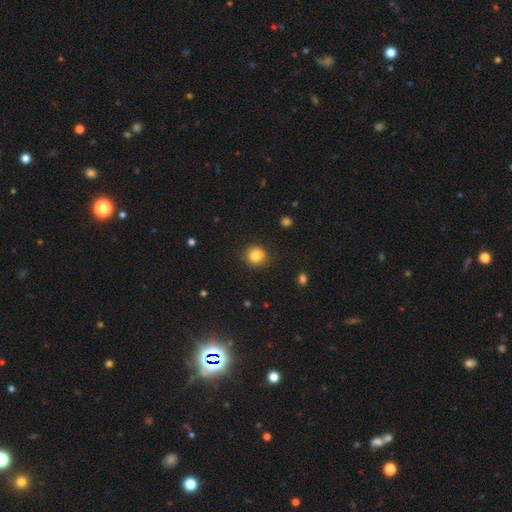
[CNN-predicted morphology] The model was most divided on "smooth or featured": smooth: 83%, star or artifact: 11%, featured or disk: 6%. More confident: how rounded — round (91%); merging — none (88%).